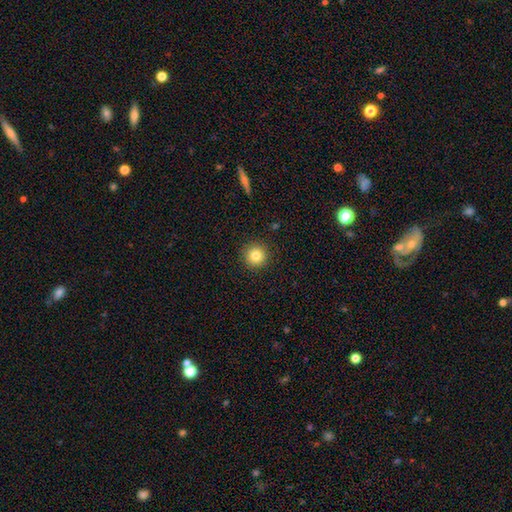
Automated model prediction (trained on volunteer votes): Morphology: type=smooth (83%); roundness=round (95%); merging=none (92%).